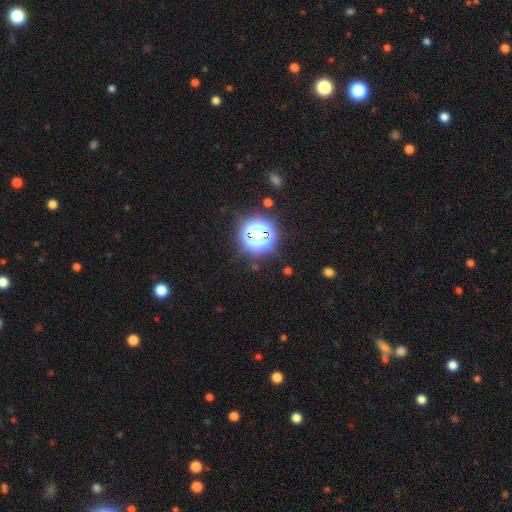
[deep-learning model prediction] The model was most divided on "smooth or featured": star or artifact: 82%, smooth: 12%, featured or disk: 6%.